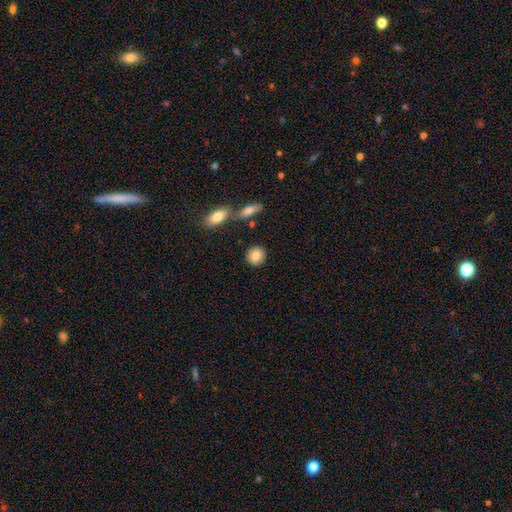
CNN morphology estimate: smooth-or-featured: smooth: 85% | featured or disk: 7% | star or artifact: 7%
  how-rounded: round: 85% | in between: 14% | cigar-shaped: 2%
  merging: none: 87% | minor disturbance: 6% | merger: 4% | major disturbance: 2%